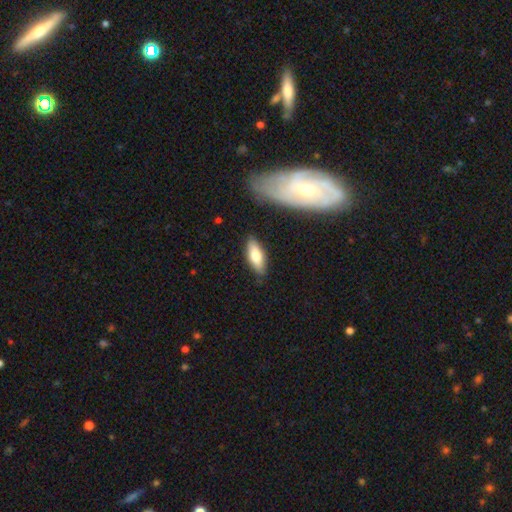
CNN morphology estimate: Q: Smooth or featured?
A: smooth (68%); runner-up: featured or disk (26%)
Q: How rounded?
A: in between (67%); runner-up: cigar-shaped (31%)
Q: Merging?
A: none (84%); runner-up: minor disturbance (11%)